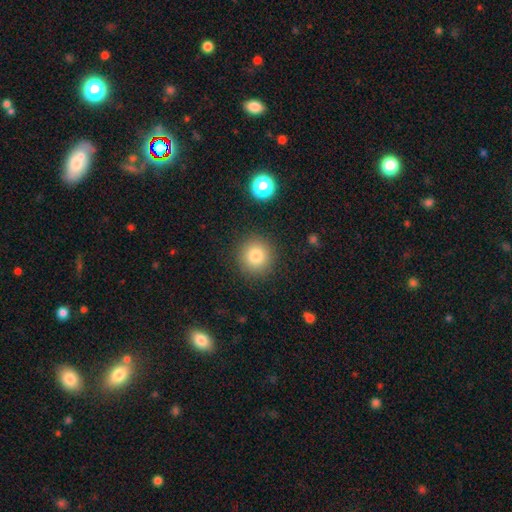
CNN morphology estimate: Overall: smooth (81%). How rounded: round (94%). Merging: none (90%).